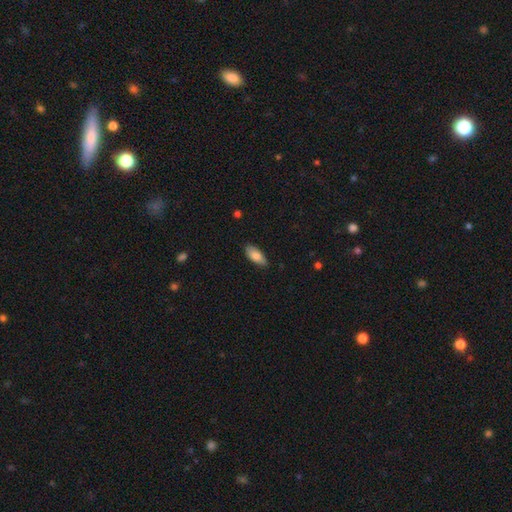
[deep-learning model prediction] Overall: smooth (81%). How rounded: in between (86%). Merging: none (83%).